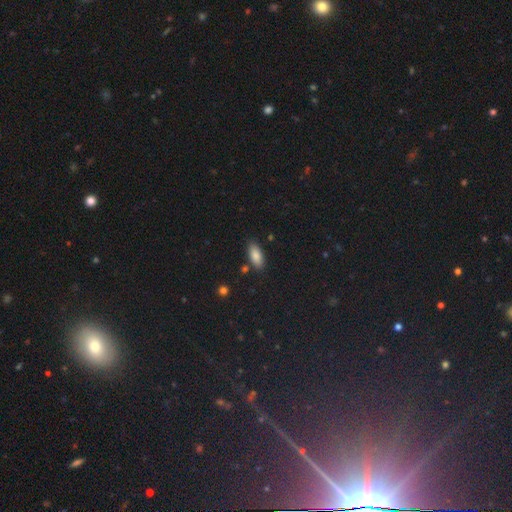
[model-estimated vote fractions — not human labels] A smooth galaxy with no disk features (85%) that is in between round and cigar-shaped (86%).

Vote fractions:
- Smooth or featured? smooth: 85% / star or artifact: 8% / featured or disk: 7%
- How rounded? in between: 86% / cigar-shaped: 11% / round: 2%
- Merging? none: 83% / minor disturbance: 11% / merger: 3% / major disturbance: 3%